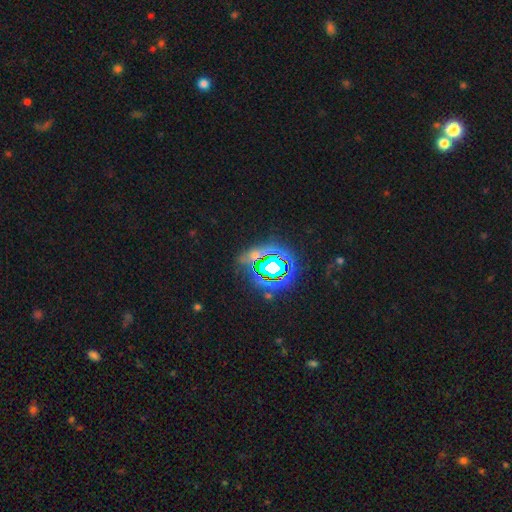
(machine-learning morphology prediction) The model was most divided on "smooth or featured": star or artifact: 67%, smooth: 20%, featured or disk: 13%.